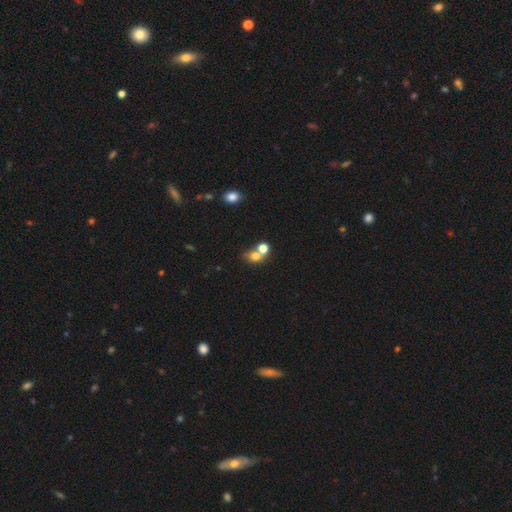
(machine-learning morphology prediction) Overall: smooth (71%). How rounded: round (63%; in between 36%). Merging: merger (48%; none 39%).